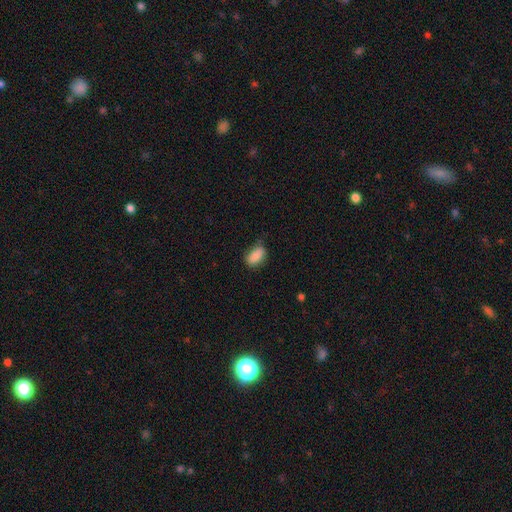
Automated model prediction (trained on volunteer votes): A smooth galaxy with no disk features (87%) that is in between round and cigar-shaped (91%).

Vote fractions:
- Smooth or featured? smooth: 87% / star or artifact: 7% / featured or disk: 5%
- How rounded? in between: 91% / round: 5% / cigar-shaped: 4%
- Merging? none: 69% / minor disturbance: 24% / major disturbance: 5% / merger: 2%